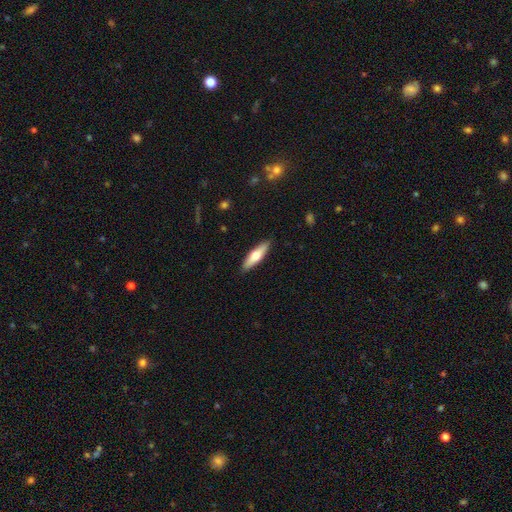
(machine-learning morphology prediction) This is possibly a smooth galaxy (57%). How rounded: likely cigar-shaped (66%). Merging: clearly none (90%).